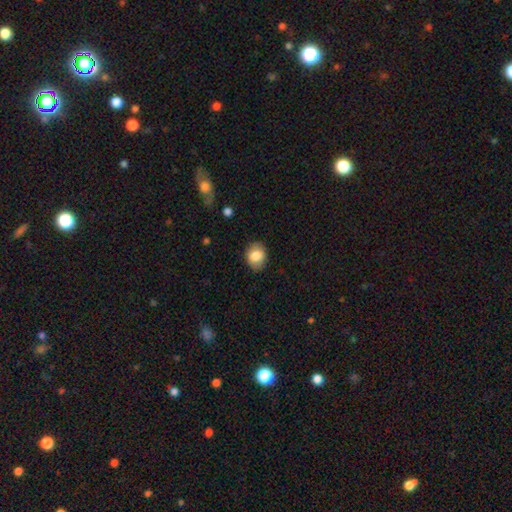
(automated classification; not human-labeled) Morphology: type=smooth (82%); roundness=round (53%); merging=none (83%).